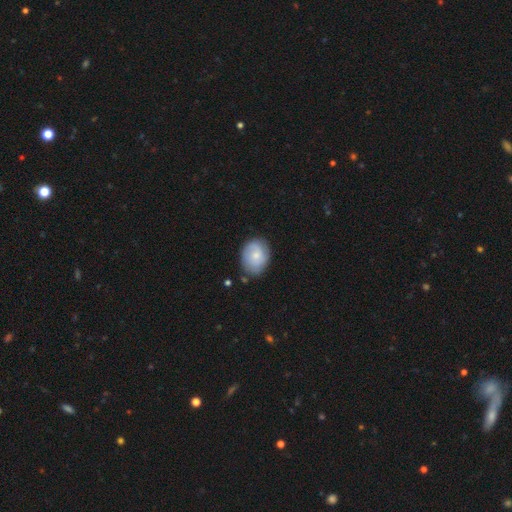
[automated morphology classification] smooth 59%, featured or disk 34%, star or artifact 7%. Down the decision tree: how rounded — in between (61%); merging — none (73%).